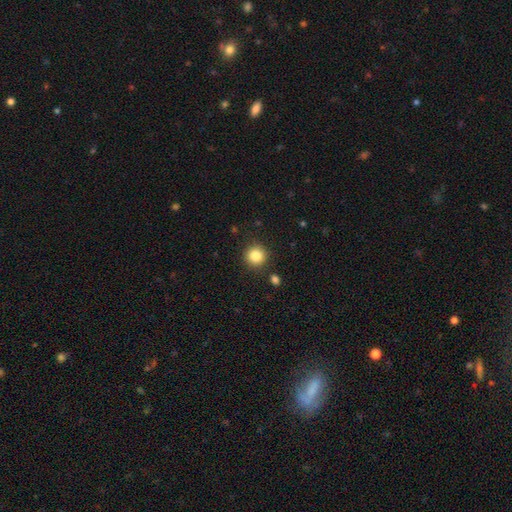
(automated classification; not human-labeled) Morphology: type=smooth (85%); roundness=round (94%); merging=none (89%).